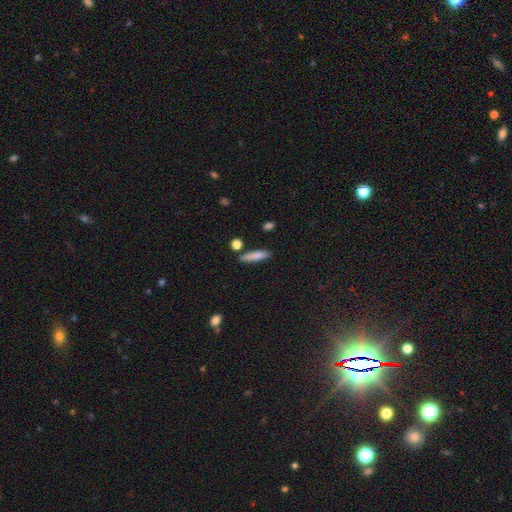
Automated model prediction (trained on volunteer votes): The model was most divided on "how rounded": cigar-shaped: 78%, in between: 19%, round: 3%. More confident: merging — none (81%); smooth or featured — smooth (79%).